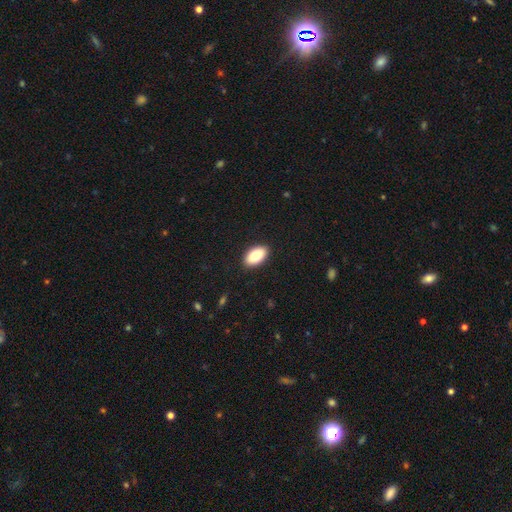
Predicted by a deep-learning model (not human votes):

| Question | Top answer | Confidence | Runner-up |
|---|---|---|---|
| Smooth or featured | smooth | 84% | featured or disk (9%) |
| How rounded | in between | 94% | round (4%) |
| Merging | none | 90% | minor disturbance (7%) |